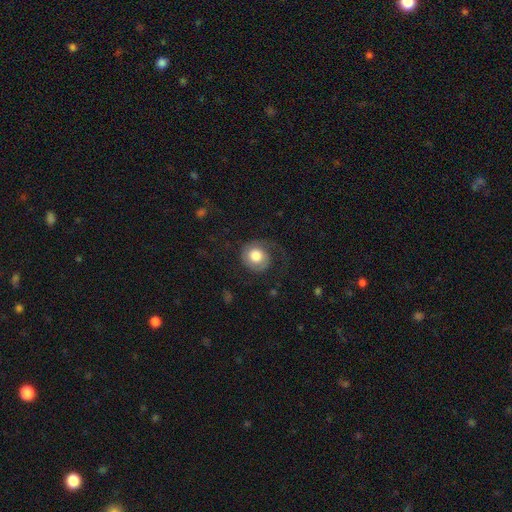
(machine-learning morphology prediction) smooth 57%, featured or disk 36%, star or artifact 7%. Down the decision tree: how rounded — round (83%); merging — none (56%).